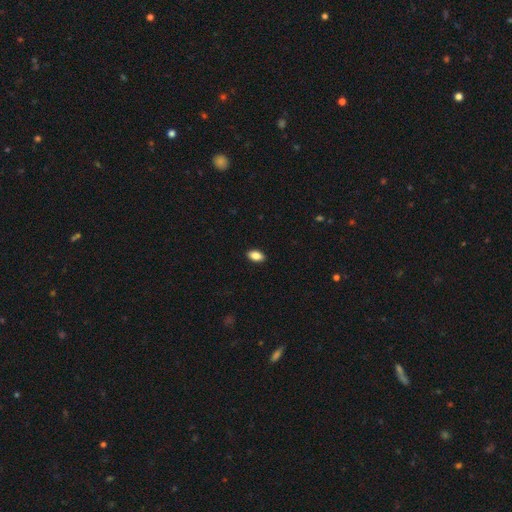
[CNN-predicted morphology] This is clearly a smooth galaxy (87%). How rounded: clearly in between (92%). Merging: clearly none (90%).